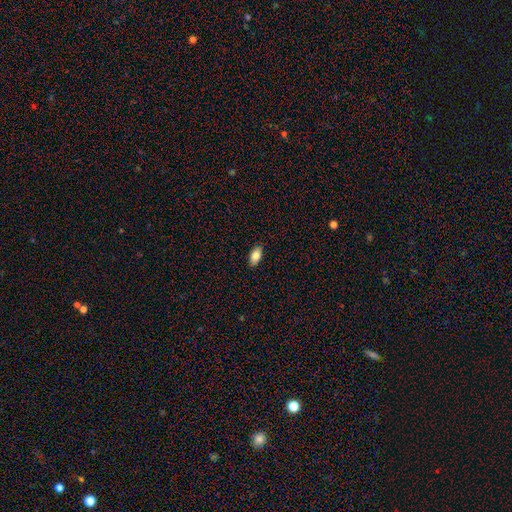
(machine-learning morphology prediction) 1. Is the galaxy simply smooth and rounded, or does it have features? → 83% smooth, 10% featured or disk, 7% star or artifact.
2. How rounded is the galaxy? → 93% in between, 4% round, 3% cigar-shaped.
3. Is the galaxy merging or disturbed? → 89% none, 8% minor disturbance, 2% major disturbance, 1% merger.